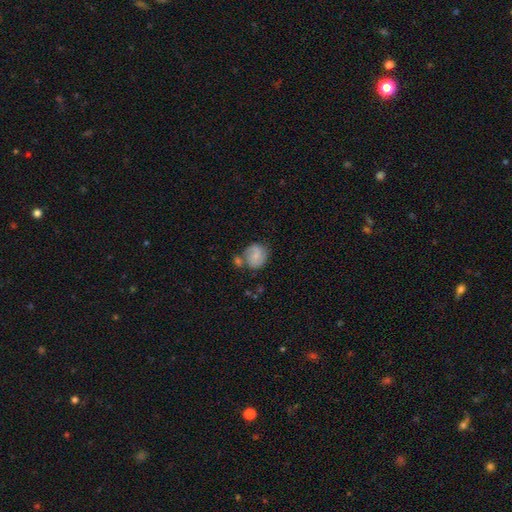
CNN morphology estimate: The model was most divided on "smooth or featured": smooth: 52%, featured or disk: 40%, star or artifact: 8%. More confident: how rounded — round (72%); merging — none (52%).